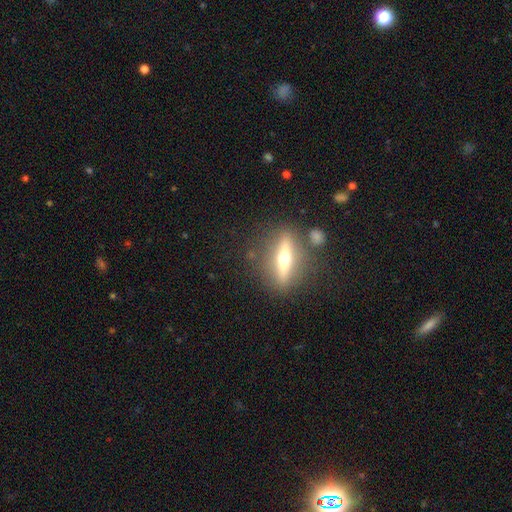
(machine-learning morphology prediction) Smooth or featured: featured or disk — 72% (smooth — 20%)
Edge-on disk: yes — 90% (no — 10%)
Edge-on bulge: rounded — 95% (none — 3%)
Merging: none — 82% (minor disturbance — 9%)